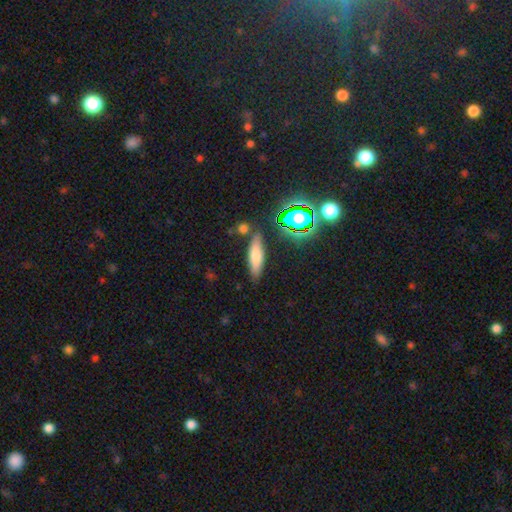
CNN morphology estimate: Smooth or featured? Predicted: smooth (p=0.69). How rounded? Predicted: cigar-shaped (p=0.57). Merging? Predicted: none (p=0.78).